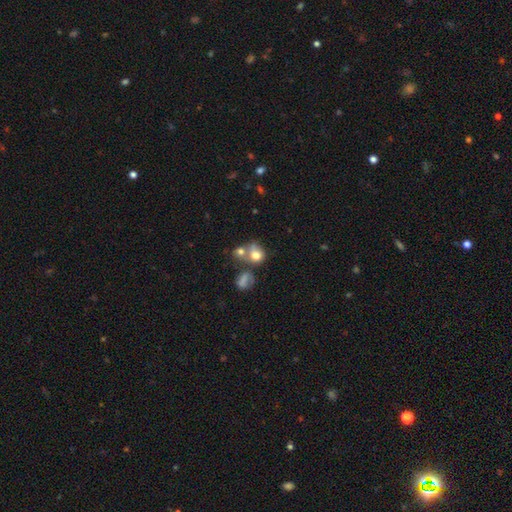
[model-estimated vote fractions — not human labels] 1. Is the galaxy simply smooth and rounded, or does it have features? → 72% smooth, 16% featured or disk, 12% star or artifact.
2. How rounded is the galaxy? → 64% round, 35% in between, 1% cigar-shaped.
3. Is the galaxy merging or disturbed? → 46% merger, 30% none, 13% minor disturbance, 11% major disturbance.